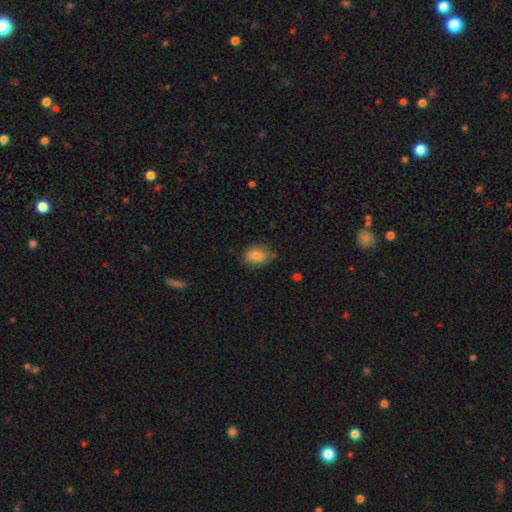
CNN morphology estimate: A smooth galaxy with no disk features (82%) that is in between round and cigar-shaped (77%). Merging: none (69%).